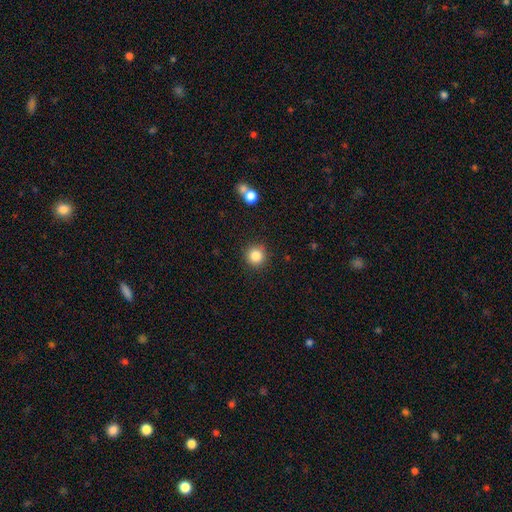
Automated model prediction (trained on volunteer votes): Morphology: type=smooth (85%); roundness=round (94%); merging=none (89%).